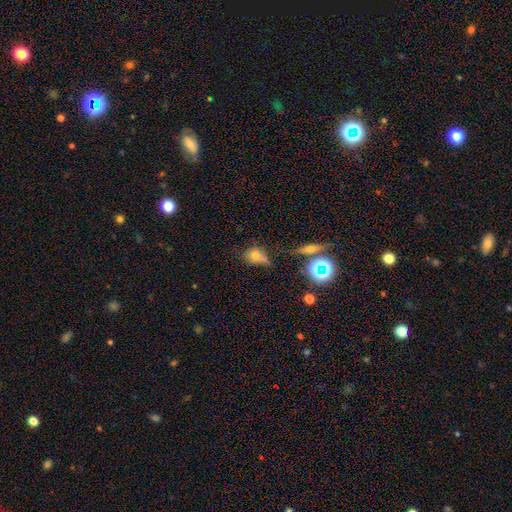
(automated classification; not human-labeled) smooth_or_featured: smooth (p=0.67) [alt: star or artifact p=0.16]
how_rounded: in between (p=0.60) [alt: round p=0.37]
merging: none (p=0.41) [alt: minor disturbance p=0.30]